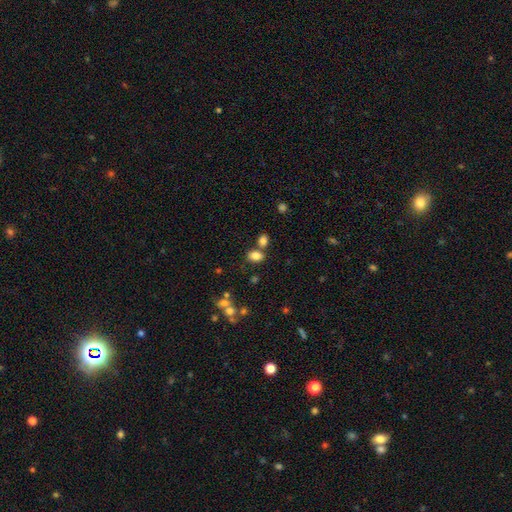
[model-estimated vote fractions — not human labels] Morphology: type=smooth (80%); roundness=in between (77%); merging=none (59%).